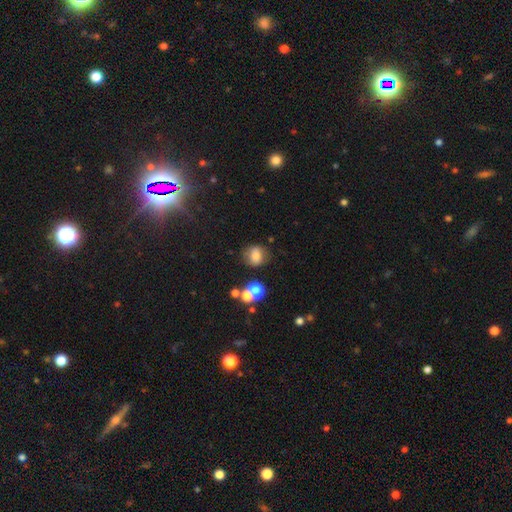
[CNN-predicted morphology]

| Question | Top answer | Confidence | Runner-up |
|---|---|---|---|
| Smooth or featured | smooth | 71% | featured or disk (16%) |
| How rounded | round | 68% | in between (31%) |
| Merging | none | 70% | minor disturbance (15%) |